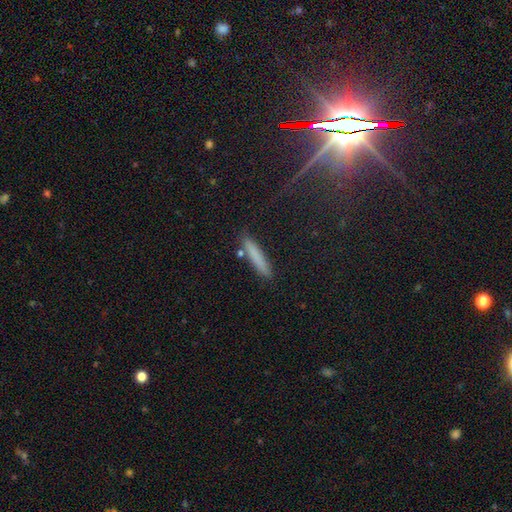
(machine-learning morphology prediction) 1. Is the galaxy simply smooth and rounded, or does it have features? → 77% smooth, 13% featured or disk, 9% star or artifact.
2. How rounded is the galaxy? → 93% cigar-shaped, 5% in between, 1% round.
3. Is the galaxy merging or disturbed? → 86% none, 9% minor disturbance, 3% merger, 2% major disturbance.